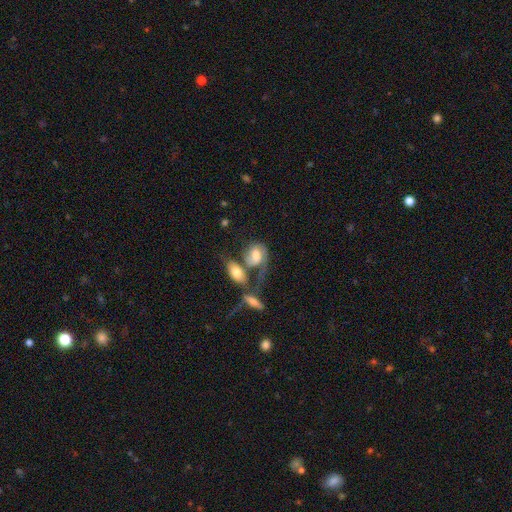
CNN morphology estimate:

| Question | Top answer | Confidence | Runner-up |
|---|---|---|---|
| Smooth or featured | featured or disk | 52% | smooth (40%) |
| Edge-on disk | no | 94% | yes (6%) |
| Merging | merger | 50% | none (19%) |